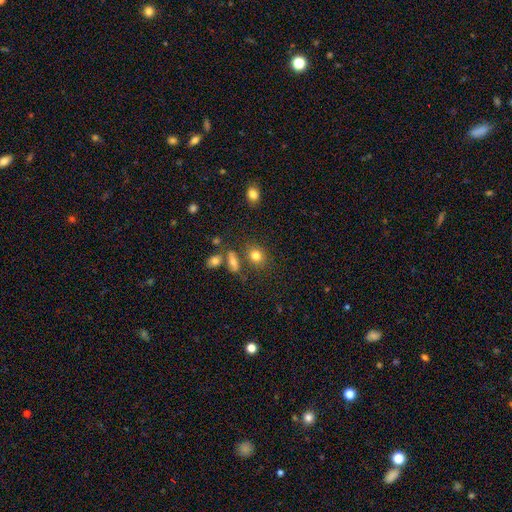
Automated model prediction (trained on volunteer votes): Smooth or featured? smooth (79%)
How rounded? round (55%)
Merging? none (70%)